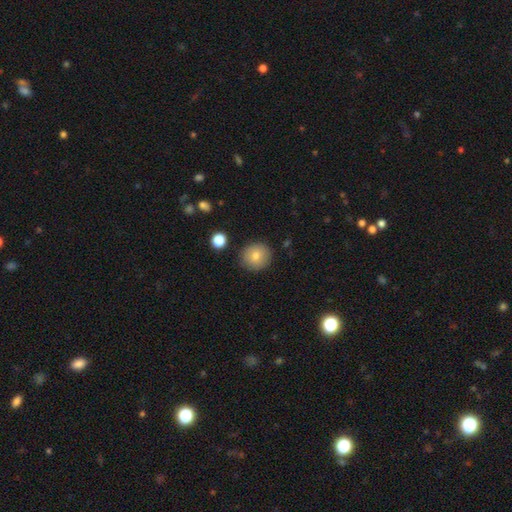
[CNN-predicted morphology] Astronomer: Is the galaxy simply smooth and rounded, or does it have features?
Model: smooth — 81%.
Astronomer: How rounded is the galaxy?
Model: round — 90%.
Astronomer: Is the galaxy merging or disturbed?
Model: none — 87%.